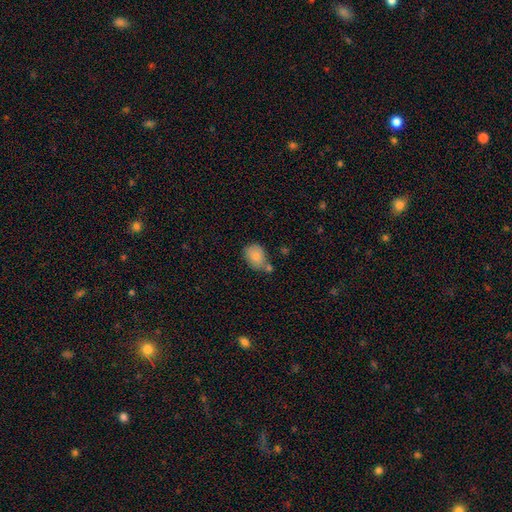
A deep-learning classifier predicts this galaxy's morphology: Smooth or featured?
  - smooth: 83% *
  - featured or disk: 9%
  - star or artifact: 8%
How rounded?
  - in between: 66% *
  - round: 33%
  - cigar-shaped: 1%
Merging?
  - none: 54% *
  - minor disturbance: 21%
  - merger: 20%
  - major disturbance: 5%